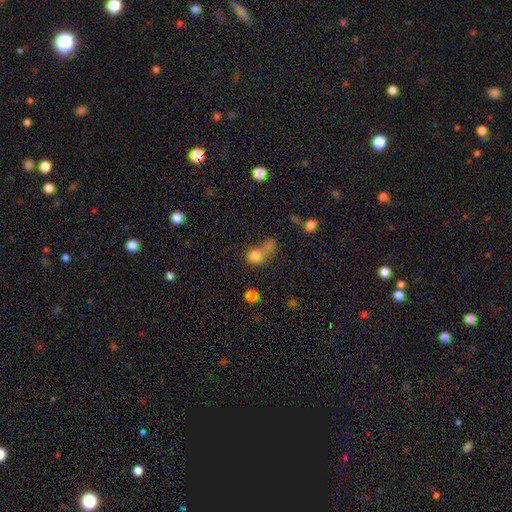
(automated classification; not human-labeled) Overall: smooth (77%). How rounded: round (68%; in between 31%). Merging: merger (46%; none 32%).